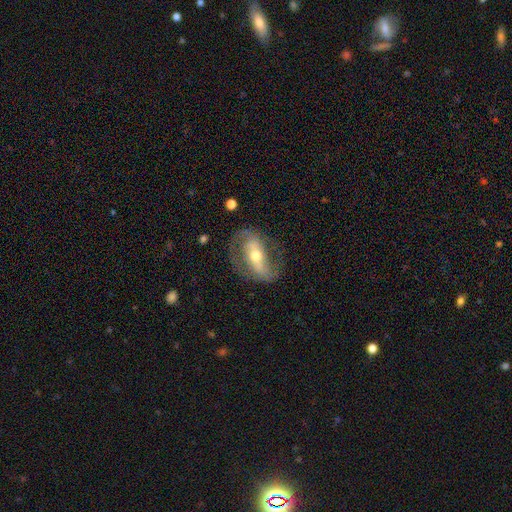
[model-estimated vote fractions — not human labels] This appears to be a featured or disk galaxy (78%) with a strong bar (54%), 2 (84%) medium (45%) spiral arms (81%) and a moderate central bulge (61%). Merging: none (70%).